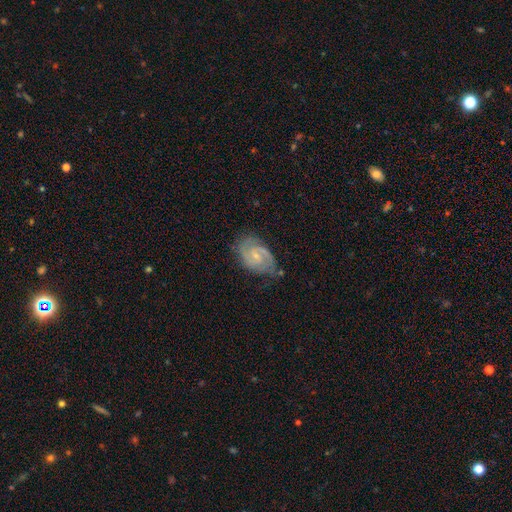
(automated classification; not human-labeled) Smooth or featured: featured or disk — 86% (smooth — 8%)
Edge-on disk: no — 98% (yes — 2%)
Bar: weak — 48% (no — 43%)
Spiral arms: yes — 97% (no — 3%)
Spiral winding: medium — 48% (tight — 42%)
Spiral arm count: 2 — 83% (3 — 7%)
Bulge size: small — 70% (moderate — 21%)
Merging: none — 70% (minor disturbance — 21%)